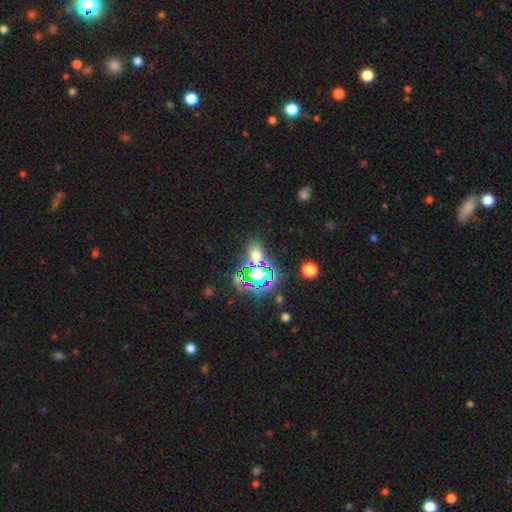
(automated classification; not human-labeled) This appears to be a star or artifact, not a galaxy (46%).